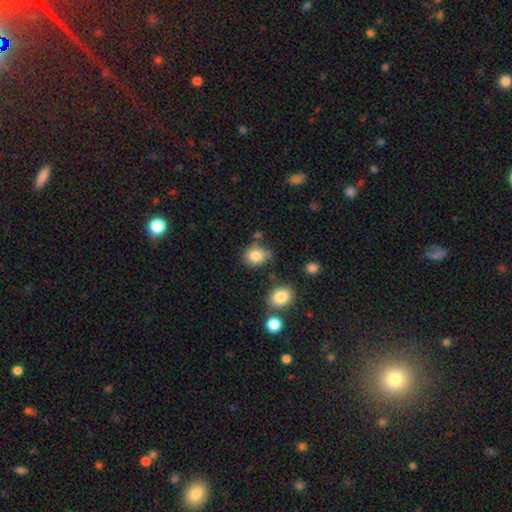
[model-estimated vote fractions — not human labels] This appears to be a smooth galaxy with no disk features (83%) that is round (54%). Merging: none (59%).